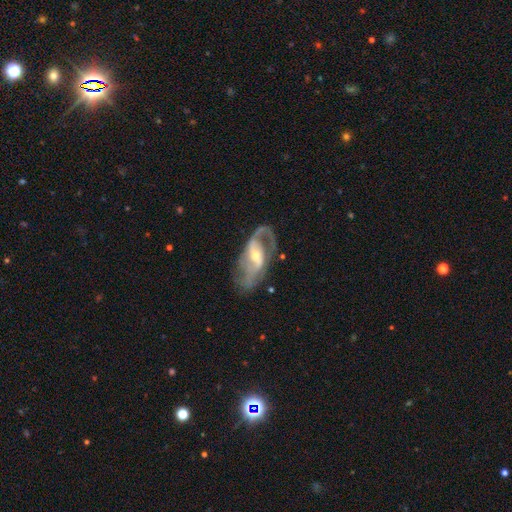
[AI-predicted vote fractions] smooth-or-featured: featured or disk: 82% | smooth: 13% | star or artifact: 5%
  disk-edge-on: no: 94% | yes: 6%
    bar: weak: 42% | strong: 33% | no: 25%
    has-spiral-arms: yes: 84% | no: 16%
      spiral-winding: medium: 45% | loose: 37% | tight: 17%
      spiral-arm-count: 2: 71% | 1: 12% | can't tell: 11% | 3: 3% | 4: 1% | more than 4: 1%
    bulge-size: moderate: 48% | small: 45% | large: 5% | none: 2% | dominant: 1%
  merging: none: 54% | major disturbance: 23% | minor disturbance: 20% | merger: 3%